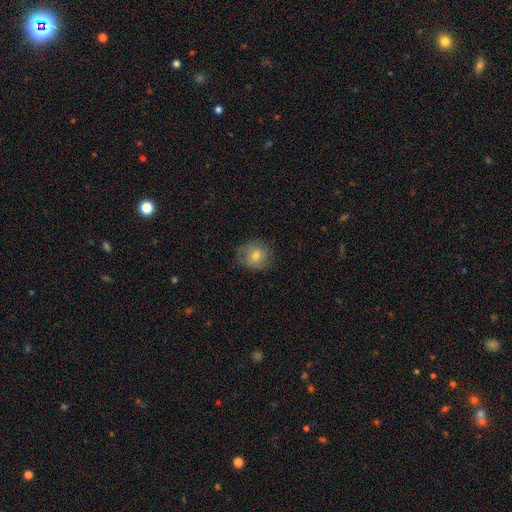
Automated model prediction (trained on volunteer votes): A smooth galaxy with no disk features (67%) that is round (79%). Merging: none (74%).